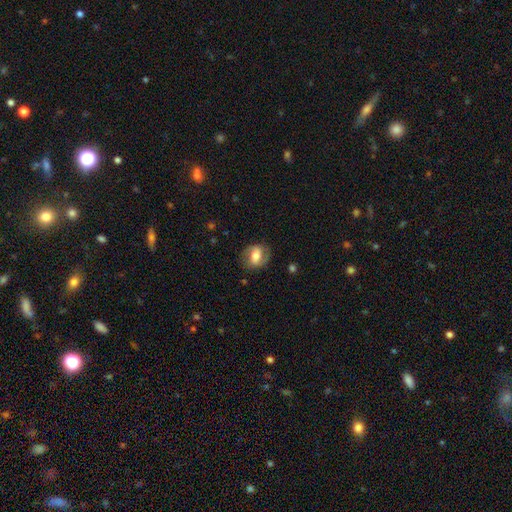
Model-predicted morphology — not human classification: This is possibly a smooth galaxy (49%). Merging: likely none (75%).